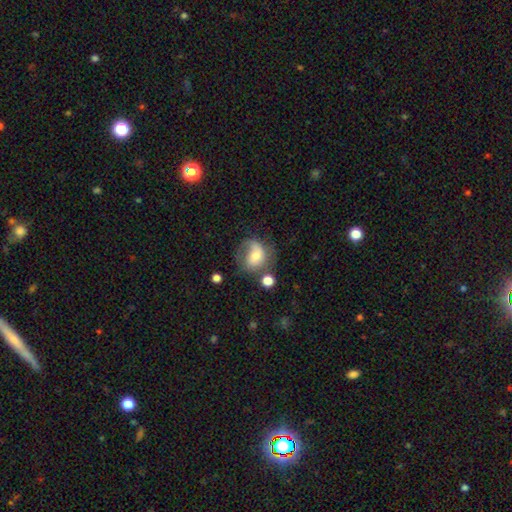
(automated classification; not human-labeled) Overall: smooth (46%; featured or disk 44%). Merging: none (43%; minor disturbance 25%).